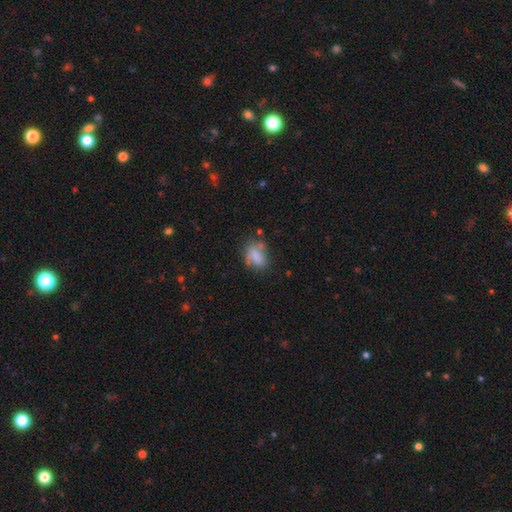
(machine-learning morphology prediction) Q: Smooth or featured?
A: smooth (73%); runner-up: featured or disk (17%)
Q: How rounded?
A: in between (80%); runner-up: round (17%)
Q: Merging?
A: none (48%); runner-up: minor disturbance (29%)